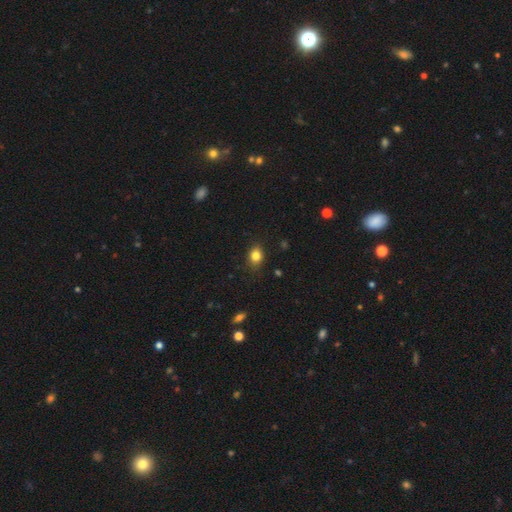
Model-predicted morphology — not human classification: smooth_or_featured: smooth (p=0.82) [alt: star or artifact p=0.11]
how_rounded: in between (p=0.53) [alt: round p=0.45]
merging: none (p=0.83) [alt: minor disturbance p=0.13]